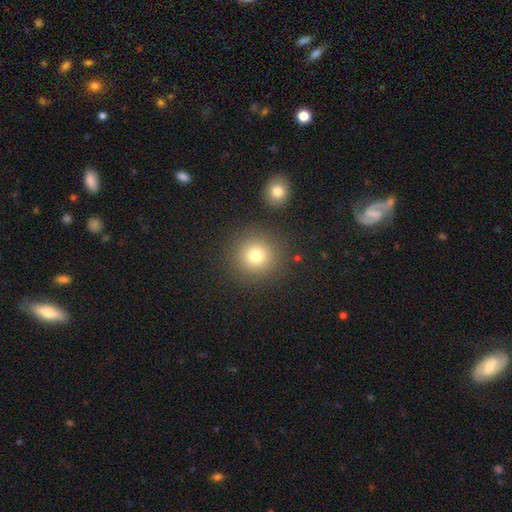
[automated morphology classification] A smooth galaxy with no disk features (77%) that is round (94%).

Vote fractions:
- Smooth or featured? smooth: 77% / star or artifact: 14% / featured or disk: 9%
- How rounded? round: 94% / in between: 5% / cigar-shaped: 1%
- Merging? none: 86% / minor disturbance: 7% / merger: 4% / major disturbance: 4%